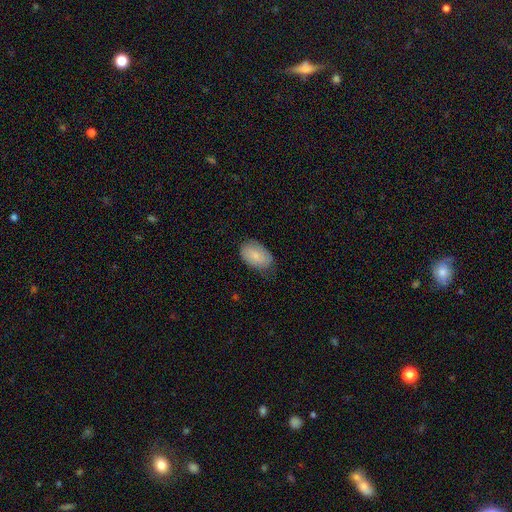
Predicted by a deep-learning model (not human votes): Smooth or featured? smooth (80%)
How rounded? in between (90%)
Merging? none (70%)